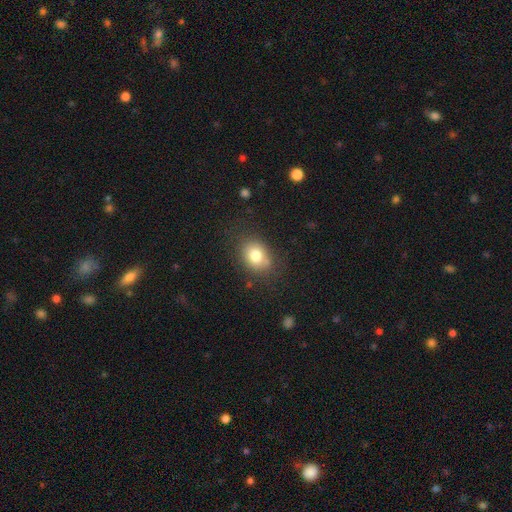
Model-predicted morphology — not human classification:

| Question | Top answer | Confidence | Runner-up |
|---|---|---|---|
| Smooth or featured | smooth | 78% | featured or disk (12%) |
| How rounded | in between | 61% | round (38%) |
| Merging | none | 74% | minor disturbance (17%) |